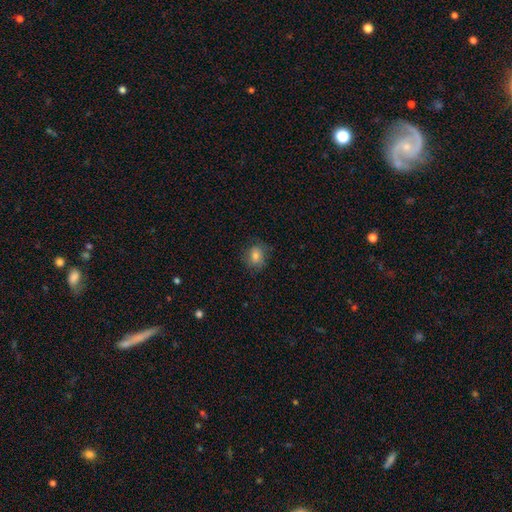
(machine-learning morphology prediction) A smooth galaxy with no disk features (77%) that is round (64%). Merging: none (78%).